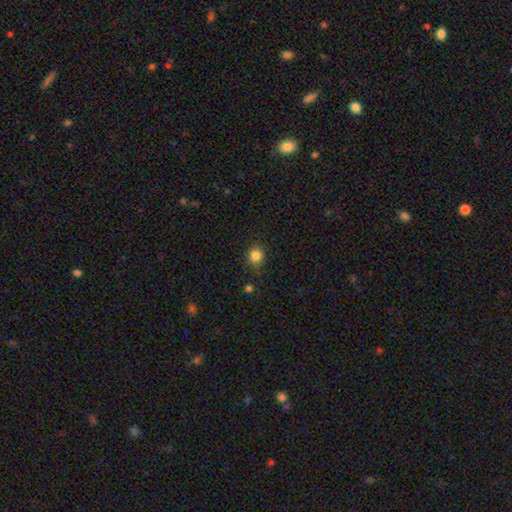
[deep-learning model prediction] smooth_or_featured: smooth (p=0.84) [alt: star or artifact p=0.12]
how_rounded: round (p=0.87) [alt: in between p=0.12]
merging: none (p=0.87) [alt: minor disturbance p=0.09]